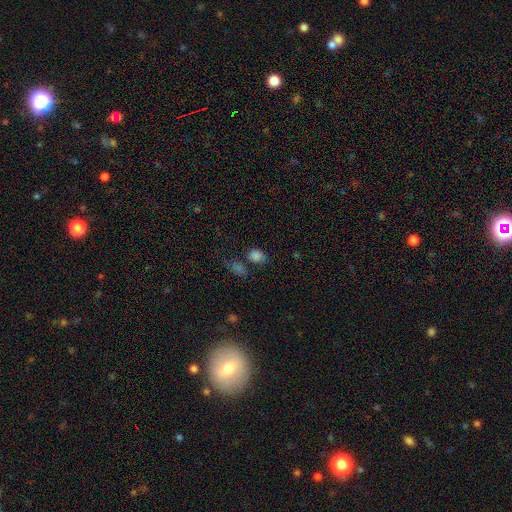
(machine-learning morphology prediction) type=smooth (79%); roundness=in between (66%); merging=none (62%).